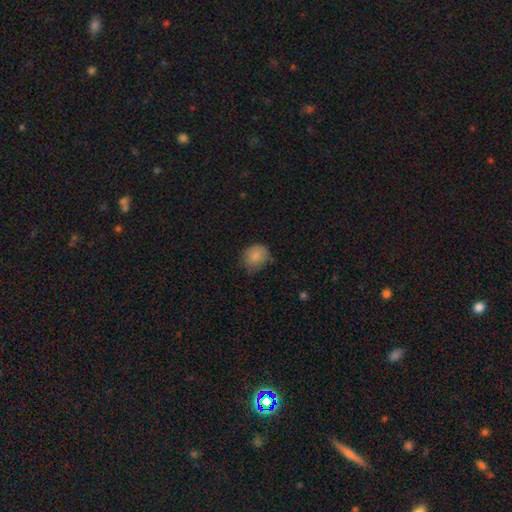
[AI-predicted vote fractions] Morphology: type=smooth (85%); roundness=round (69%); merging=none (64%).